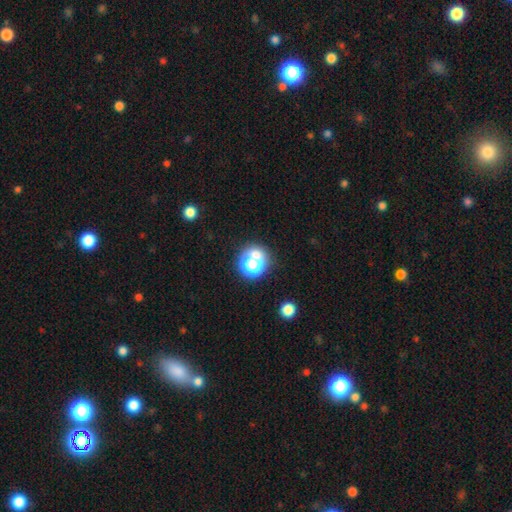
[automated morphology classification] Smooth or featured: smooth — 57% (star or artifact — 30%)
How rounded: round — 80% (in between — 19%)
Merging: none — 68% (minor disturbance — 14%)